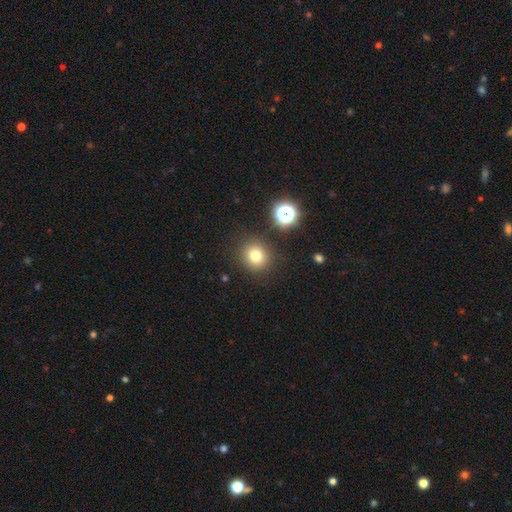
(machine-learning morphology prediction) Q: Smooth or featured?
A: smooth (77%); runner-up: star or artifact (15%)
Q: How rounded?
A: round (90%); runner-up: in between (9%)
Q: Merging?
A: none (87%); runner-up: minor disturbance (7%)